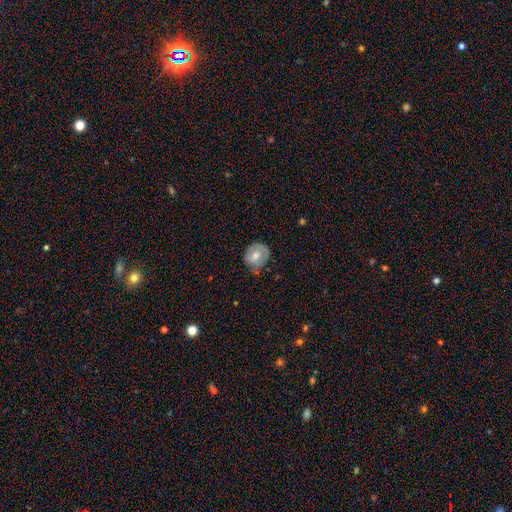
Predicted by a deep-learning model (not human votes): This is possibly a smooth galaxy (52%). How rounded: likely round (70%). Merging: likely none (60%).